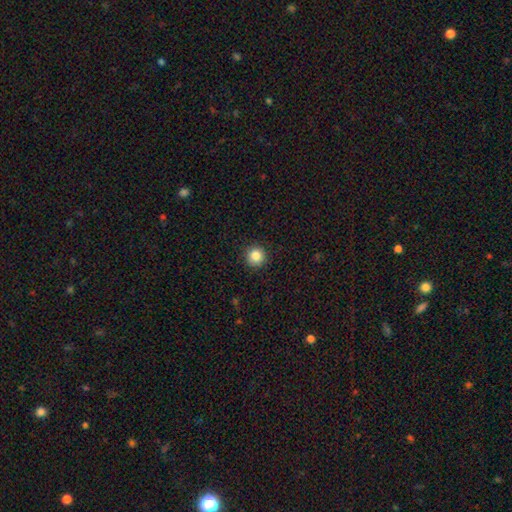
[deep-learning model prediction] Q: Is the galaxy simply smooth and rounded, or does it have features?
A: smooth — 86%.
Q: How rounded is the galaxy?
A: round — 95%.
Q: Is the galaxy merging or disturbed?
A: none — 92%.